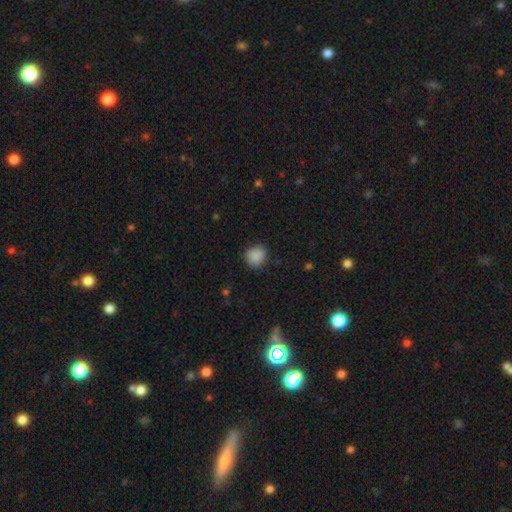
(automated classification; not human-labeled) Overall: smooth (88%). How rounded: round (88%). Merging: none (87%).